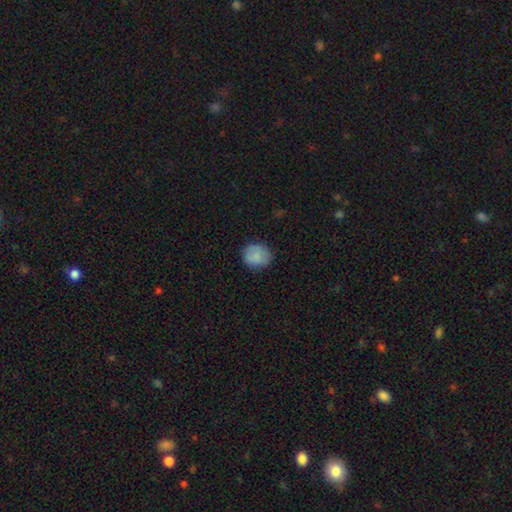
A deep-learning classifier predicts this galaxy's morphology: A smooth galaxy with no disk features (84%) that is round (80%). Merging: none (80%).